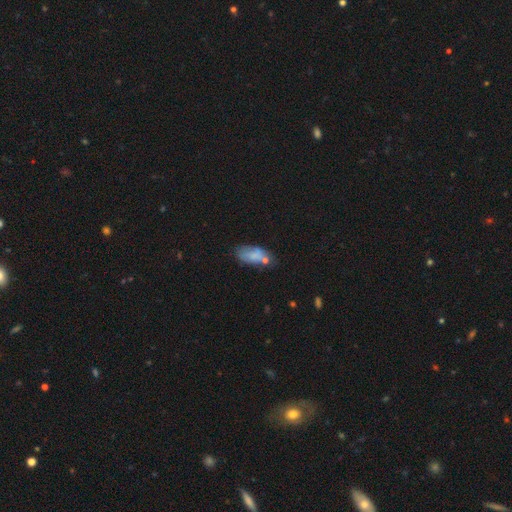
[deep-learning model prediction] Q: Smooth or featured?
A: smooth (69%); runner-up: featured or disk (22%)
Q: How rounded?
A: in between (89%); runner-up: cigar-shaped (8%)
Q: Merging?
A: none (45%); runner-up: minor disturbance (27%)